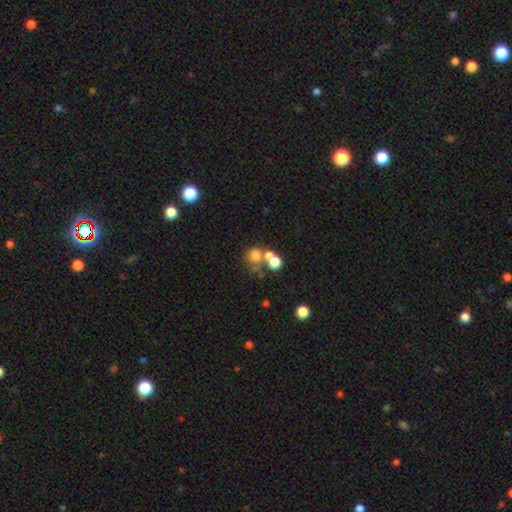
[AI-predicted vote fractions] Smooth or featured? Predicted: smooth (p=0.65). How rounded? Predicted: round (p=0.73). Merging? Predicted: merger (p=0.50).